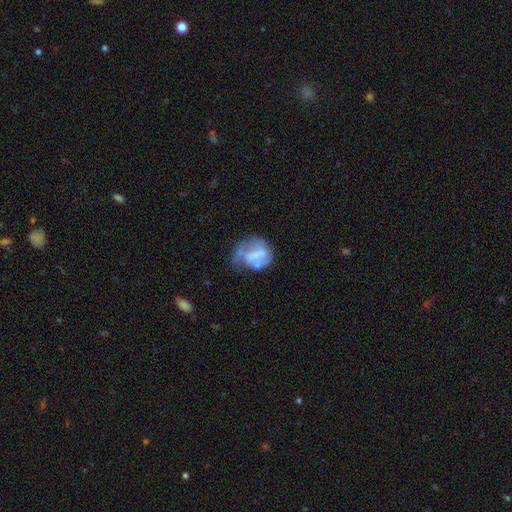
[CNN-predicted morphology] A smooth galaxy with no disk features (45%, tied with featured or disk). Merging: none (32%).